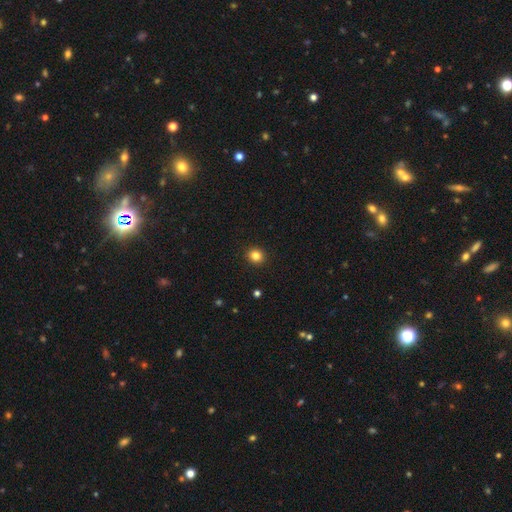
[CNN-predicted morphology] smooth-or-featured: smooth: 83% | star or artifact: 12% | featured or disk: 5%
  how-rounded: round: 85% | in between: 14% | cigar-shaped: 1%
  merging: none: 93% | minor disturbance: 5% | major disturbance: 2% | merger: 1%